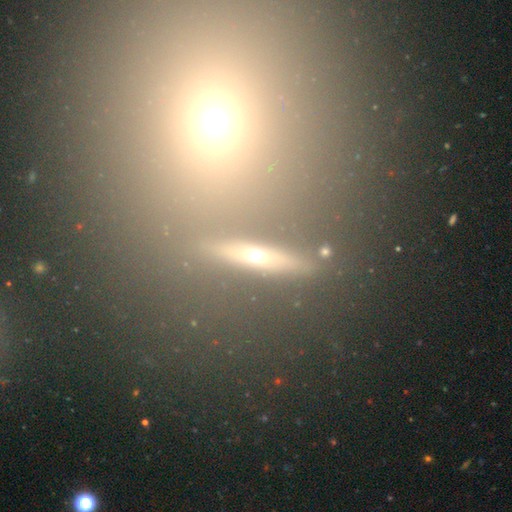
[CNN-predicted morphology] The model was most divided on "smooth or featured": smooth: 37%, featured or disk: 33%, star or artifact: 29%. More confident: merging — none (82%).